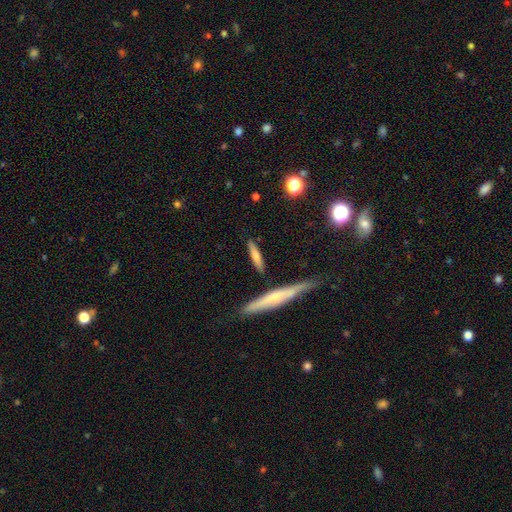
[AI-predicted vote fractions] The model was most divided on "smooth or featured": smooth: 66%, featured or disk: 27%, star or artifact: 7%. More confident: how rounded — cigar-shaped (83%); merging — none (81%).